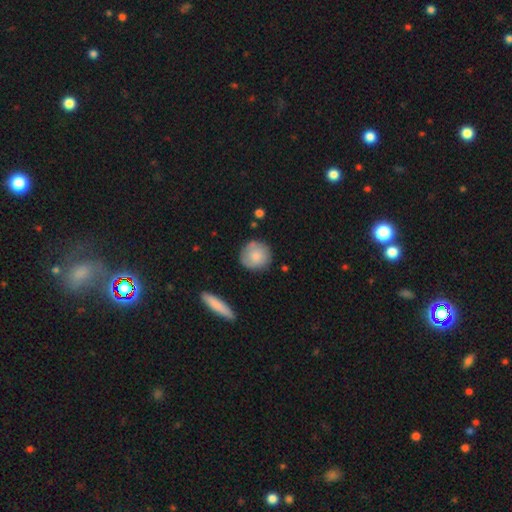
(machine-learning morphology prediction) smooth_or_featured: smooth (p=0.80) [alt: featured or disk p=0.14]
how_rounded: round (p=0.92) [alt: in between p=0.07]
merging: none (p=0.81) [alt: minor disturbance p=0.14]